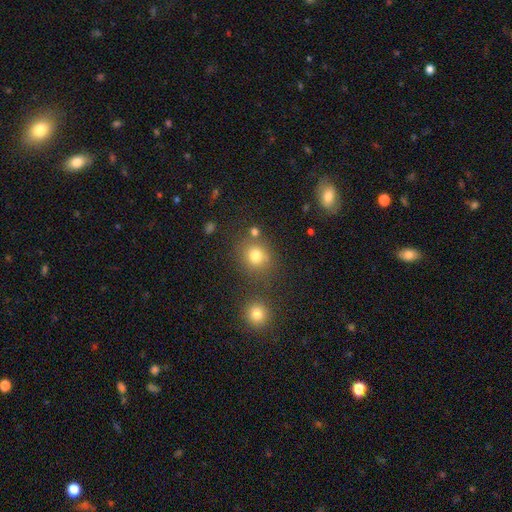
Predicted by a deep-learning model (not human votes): A smooth galaxy with no disk features (76%) that is round (82%).

Vote fractions:
- Smooth or featured? smooth: 76% / star or artifact: 16% / featured or disk: 8%
- How rounded? round: 82% / in between: 17% / cigar-shaped: 1%
- Merging? none: 70% / merger: 13% / minor disturbance: 11% / major disturbance: 5%